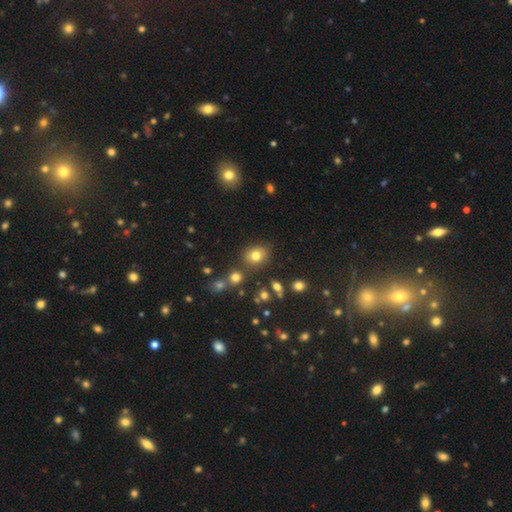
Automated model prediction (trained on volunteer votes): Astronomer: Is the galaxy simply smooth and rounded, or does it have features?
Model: smooth — 76%.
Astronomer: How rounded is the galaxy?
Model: round — 58% (runner-up: in between, 41%).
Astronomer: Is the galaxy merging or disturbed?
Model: none — 77%.